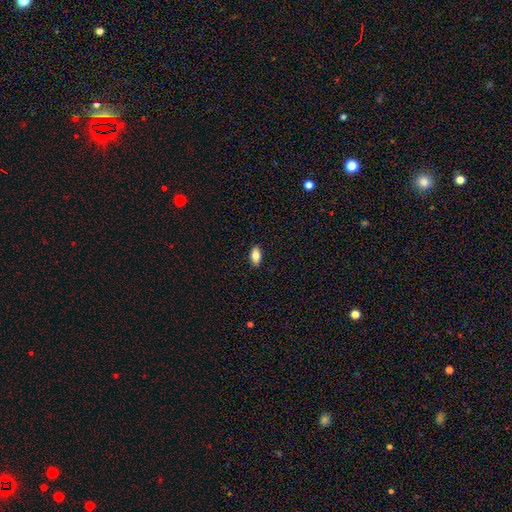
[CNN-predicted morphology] smooth-or-featured: smooth: 83% | featured or disk: 10% | star or artifact: 7%
  how-rounded: in between: 90% | cigar-shaped: 6% | round: 4%
  merging: none: 89% | minor disturbance: 8% | major disturbance: 2% | merger: 1%